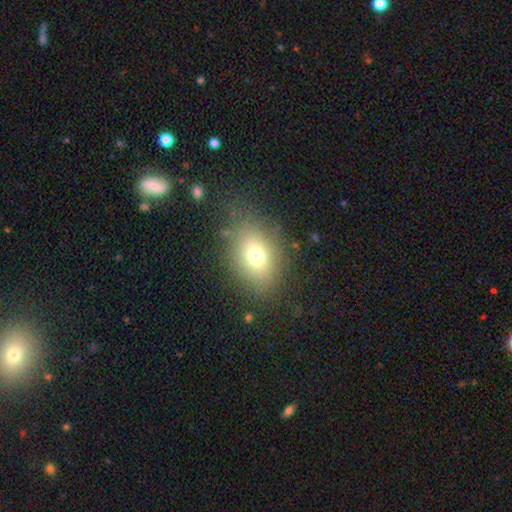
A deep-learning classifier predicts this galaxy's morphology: A smooth galaxy with no disk features (72%) that is in between round and cigar-shaped (72%). Merging: none (77%).